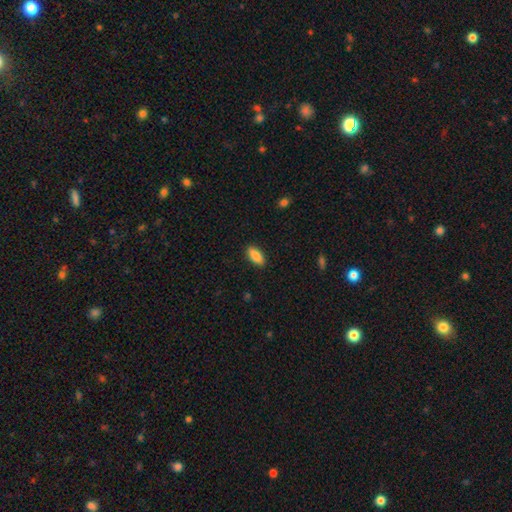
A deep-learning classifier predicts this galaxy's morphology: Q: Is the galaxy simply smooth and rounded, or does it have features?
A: smooth — 88%.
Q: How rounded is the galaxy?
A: in between — 86%.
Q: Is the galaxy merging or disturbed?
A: none — 89%.